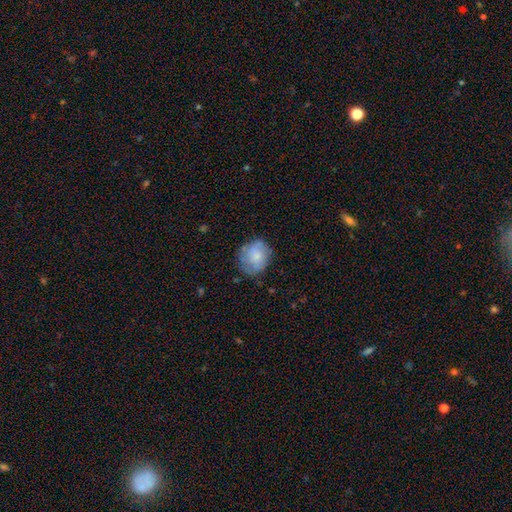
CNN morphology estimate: smooth_or_featured: smooth (p=0.64) [alt: featured or disk p=0.28]
how_rounded: round (p=0.70) [alt: in between p=0.29]
merging: none (p=0.64) [alt: minor disturbance p=0.25]